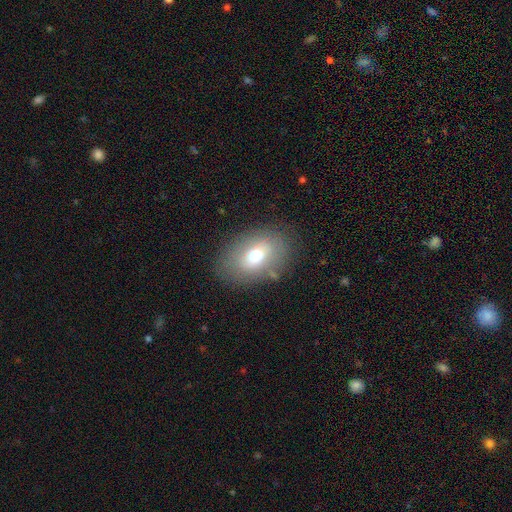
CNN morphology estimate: Q: Smooth or featured?
A: smooth (66%); runner-up: featured or disk (23%)
Q: How rounded?
A: in between (80%); runner-up: round (18%)
Q: Merging?
A: none (78%); runner-up: minor disturbance (14%)